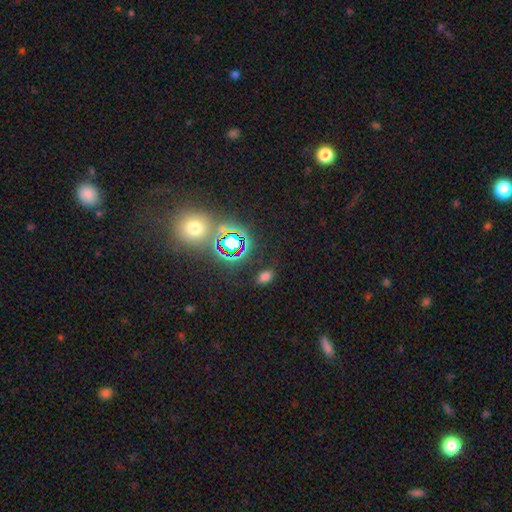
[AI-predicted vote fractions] Smooth or featured: star or artifact — 48% (smooth — 41%)